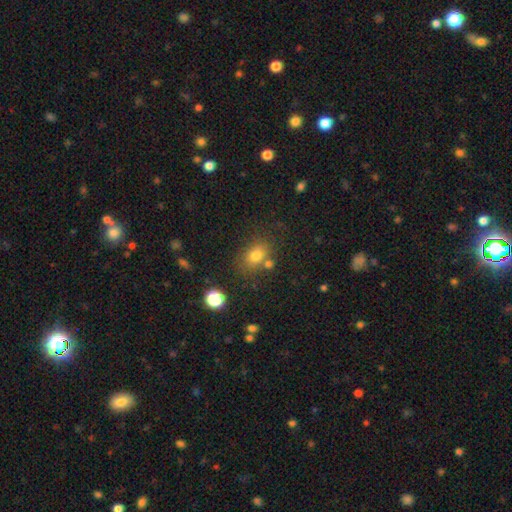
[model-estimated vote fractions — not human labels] Smooth or featured? Predicted: smooth (p=0.74). How rounded? Predicted: in between (p=0.60). Merging? Predicted: none (p=0.66).